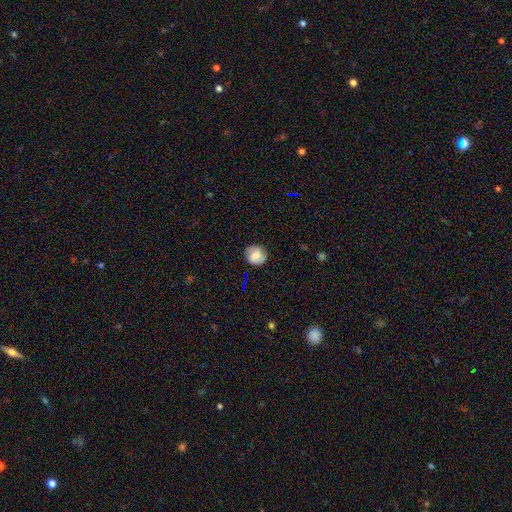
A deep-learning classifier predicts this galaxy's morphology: A smooth galaxy with no disk features (59%) that is round (85%).

Vote fractions:
- Smooth or featured? smooth: 59% / featured or disk: 32% / star or artifact: 9%
- How rounded? round: 85% / in between: 14% / cigar-shaped: 1%
- Merging? none: 82% / minor disturbance: 13% / major disturbance: 3% / merger: 1%